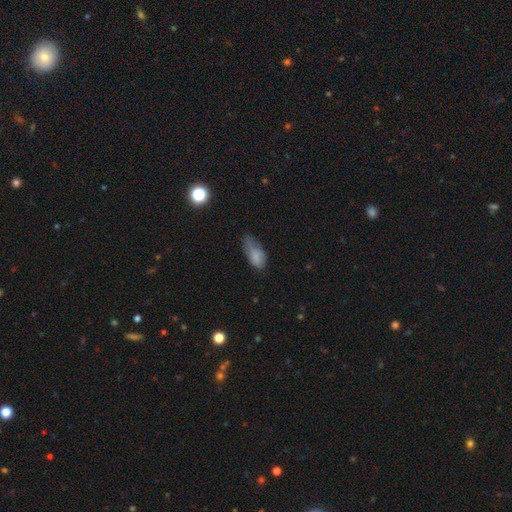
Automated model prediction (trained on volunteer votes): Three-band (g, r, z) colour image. It shows a smooth galaxy with no disk features (77%) that is in between round and cigar-shaped (88%). Merging: minor disturbance (43%).